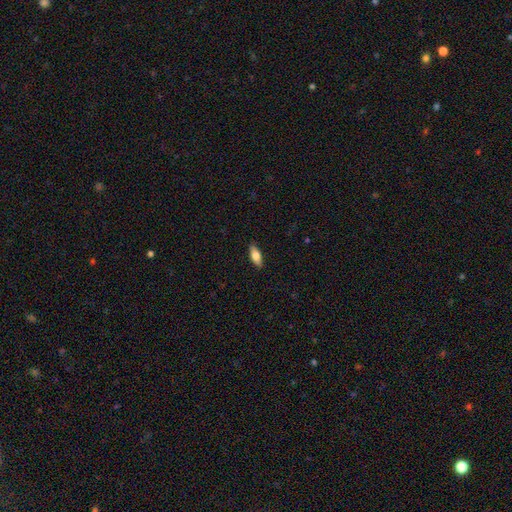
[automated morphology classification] Smooth or featured? Predicted: smooth (p=0.72). How rounded? Predicted: in between (p=0.72). Merging? Predicted: none (p=0.88).